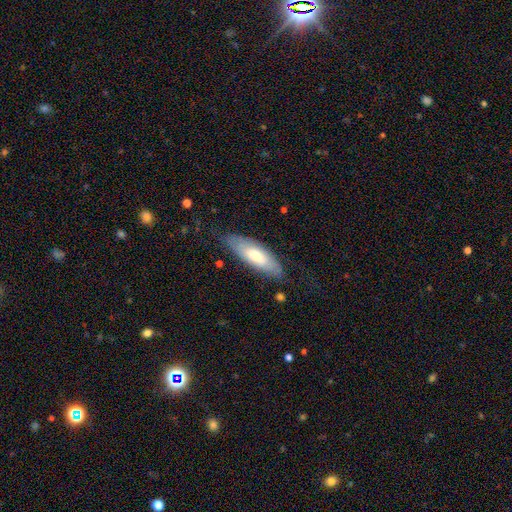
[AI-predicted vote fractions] Smooth or featured? smooth (62%)
How rounded? in between (61%)
Merging? none (76%)